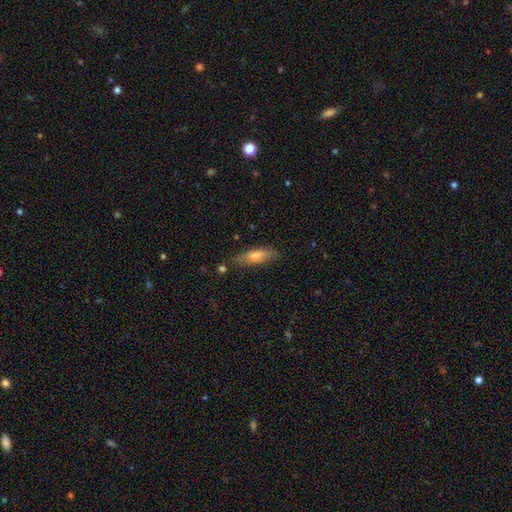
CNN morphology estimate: This appears to be a smooth galaxy with no disk features (62%) that is cigar-shaped (59%). Merging: none (78%).